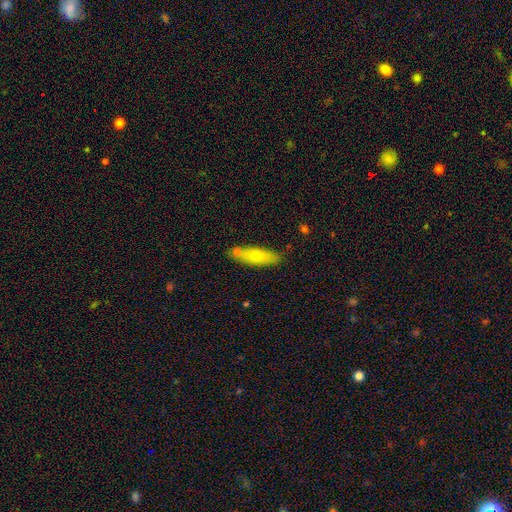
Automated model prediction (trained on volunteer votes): This appears to be a smooth galaxy with no disk features (62%) that is cigar-shaped (51%). Merging: none (68%).